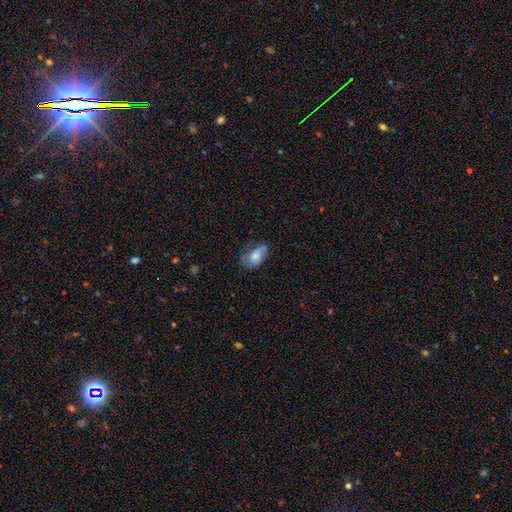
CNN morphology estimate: smooth 74%, featured or disk 18%, star or artifact 8%. Down the decision tree: how rounded — in between (90%); merging — none (49%).